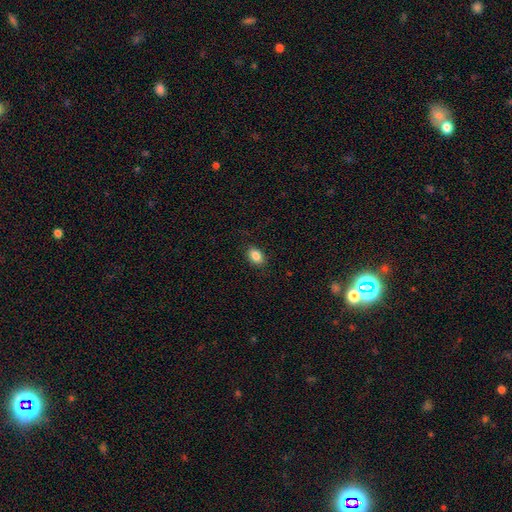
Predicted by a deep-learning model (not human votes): This appears to be a smooth galaxy with no disk features (86%) that is in between round and cigar-shaped (84%). Merging: none (86%).